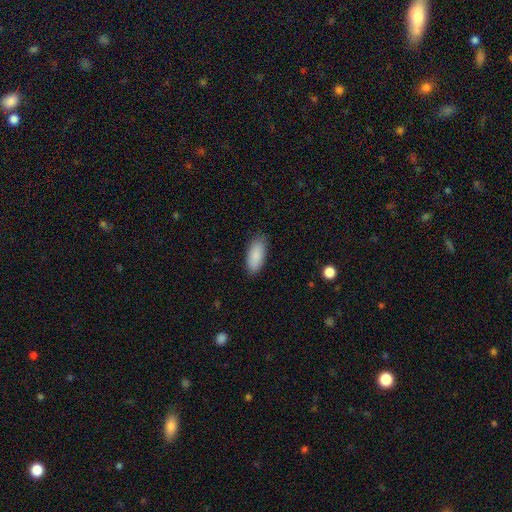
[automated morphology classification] Overall: smooth (89%). How rounded: in between (86%). Merging: none (85%).